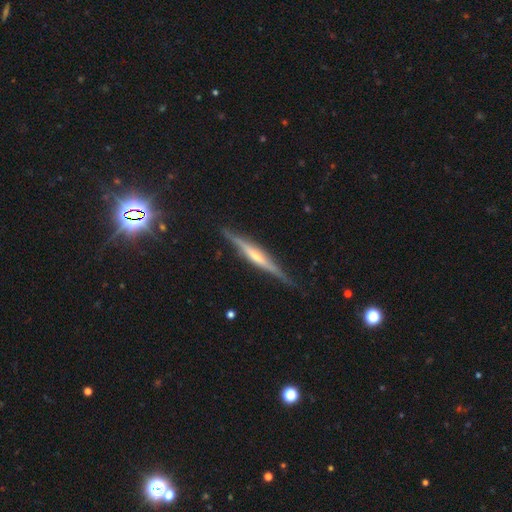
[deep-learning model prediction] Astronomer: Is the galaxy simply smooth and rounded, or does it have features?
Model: featured or disk — 79%.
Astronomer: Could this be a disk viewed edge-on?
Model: yes — 97%.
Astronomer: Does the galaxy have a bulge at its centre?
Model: rounded — 65%.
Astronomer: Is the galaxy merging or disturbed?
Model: none — 86%.